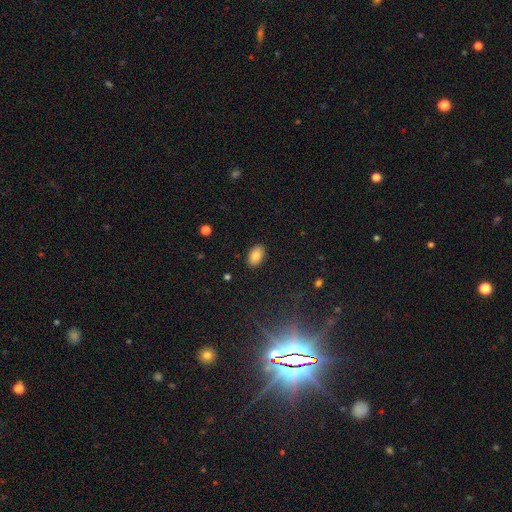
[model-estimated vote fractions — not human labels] Q: Smooth or featured?
A: smooth (85%); runner-up: star or artifact (8%)
Q: How rounded?
A: in between (92%); runner-up: round (7%)
Q: Merging?
A: none (89%); runner-up: minor disturbance (8%)